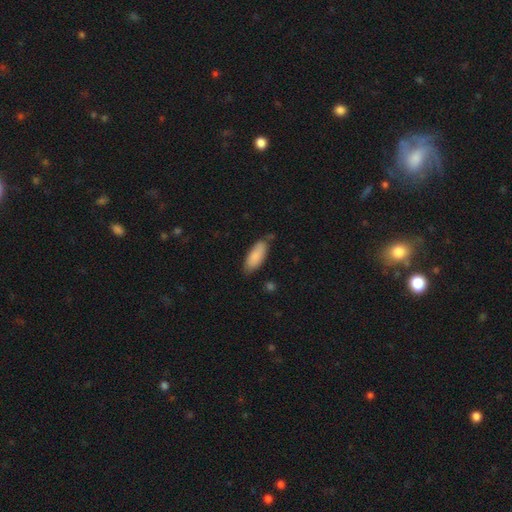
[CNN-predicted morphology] This appears to be a smooth galaxy with no disk features (86%) that is in between round and cigar-shaped (76%). Merging: none (70%).